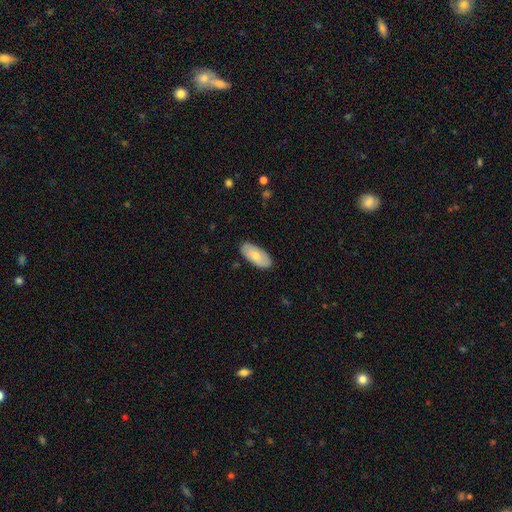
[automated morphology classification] This appears to be a smooth galaxy with no disk features (71%) that is in between round and cigar-shaped (92%). Merging: none (86%).